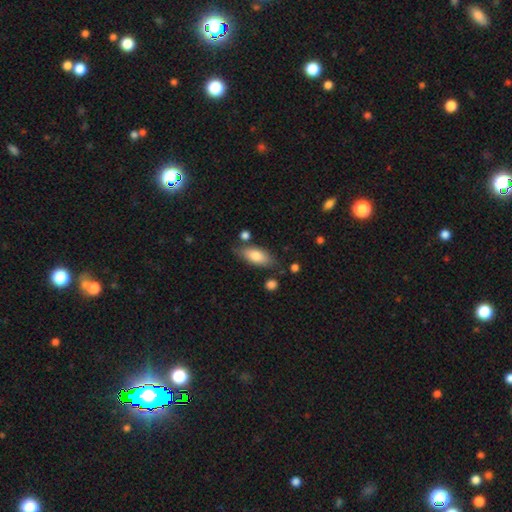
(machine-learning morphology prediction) Smooth or featured? smooth (79%)
How rounded? in between (83%)
Merging? none (75%)